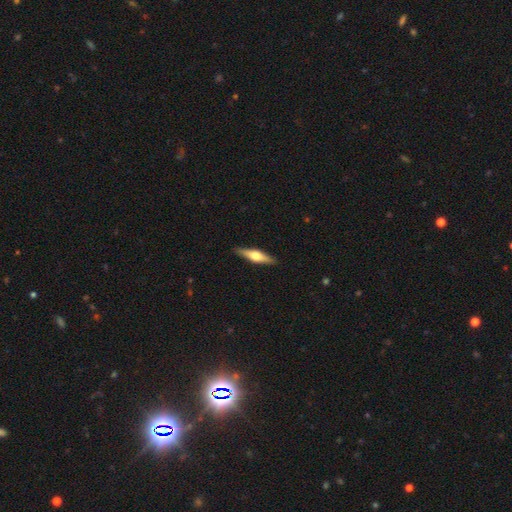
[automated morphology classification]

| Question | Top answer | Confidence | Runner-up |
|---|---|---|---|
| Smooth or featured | featured or disk | 59% | smooth (36%) |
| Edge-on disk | yes | 96% | no (4%) |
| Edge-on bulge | rounded | 93% | boxy (5%) |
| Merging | none | 90% | minor disturbance (8%) |